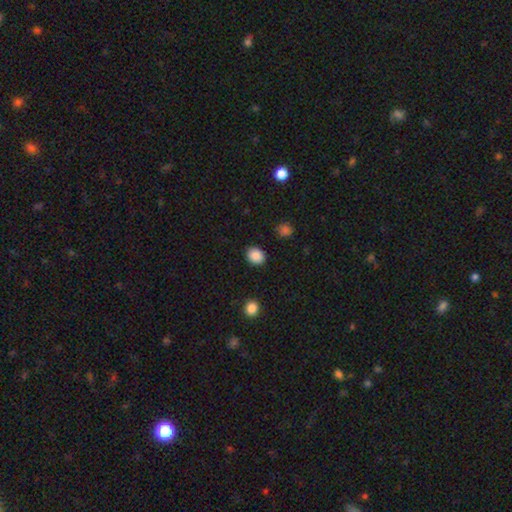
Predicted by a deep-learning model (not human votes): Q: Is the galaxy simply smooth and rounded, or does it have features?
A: smooth — 88%.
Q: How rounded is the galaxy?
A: round — 53%.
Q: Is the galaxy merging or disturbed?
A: none — 89%.